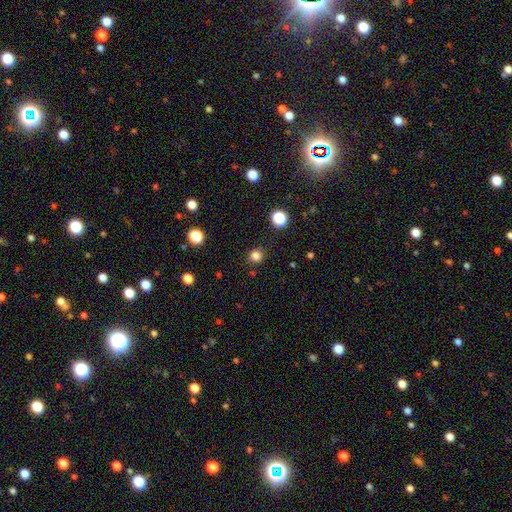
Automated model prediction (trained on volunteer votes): Smooth or featured: smooth — 81% (star or artifact — 15%)
How rounded: round — 88% (in between — 11%)
Merging: none — 88% (minor disturbance — 8%)